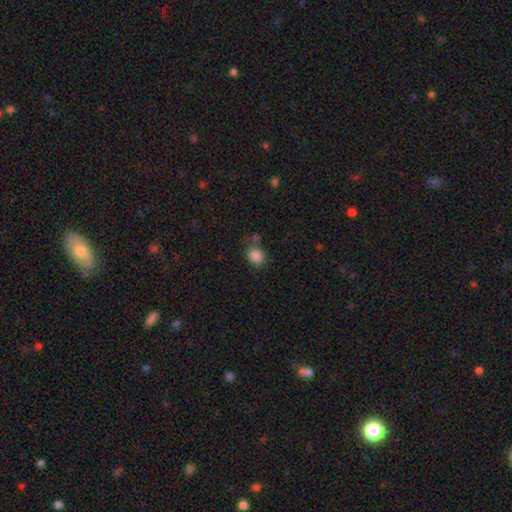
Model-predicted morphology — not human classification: A smooth galaxy with no disk features (85%) that is round (70%).

Vote fractions:
- Smooth or featured? smooth: 85% / star or artifact: 10% / featured or disk: 5%
- How rounded? round: 70% / in between: 29% / cigar-shaped: 1%
- Merging? none: 66% / minor disturbance: 16% / merger: 13% / major disturbance: 5%